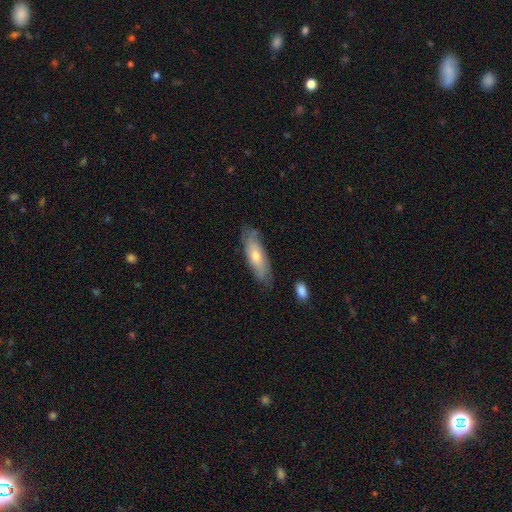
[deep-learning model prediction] smooth_or_featured: smooth (p=0.54) [alt: featured or disk p=0.40]
how_rounded: in between (p=0.50) [alt: cigar-shaped p=0.48]
merging: none (p=0.77) [alt: minor disturbance p=0.18]